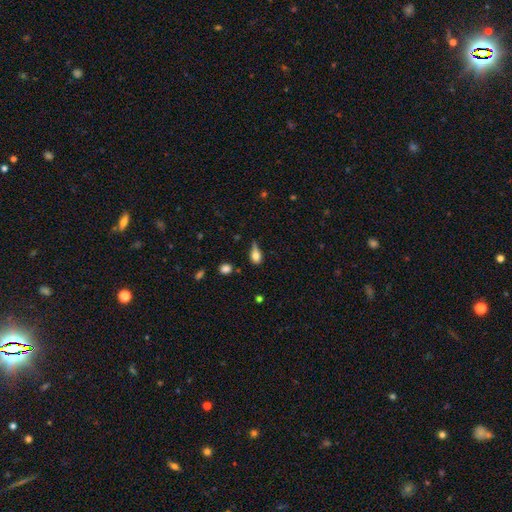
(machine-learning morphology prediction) smooth-or-featured: smooth: 73% | featured or disk: 17% | star or artifact: 10%
  how-rounded: in between: 73% | round: 18% | cigar-shaped: 9%
  merging: minor disturbance: 40% | none: 36% | major disturbance: 19% | merger: 5%